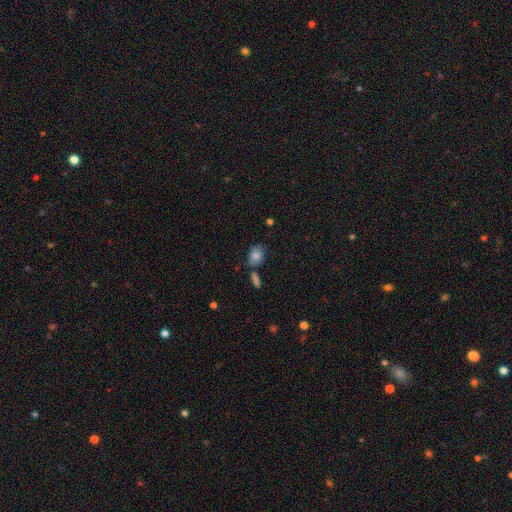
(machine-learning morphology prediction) Overall: smooth (80%). How rounded: in between (73%). Merging: none (60%; minor disturbance 22%).